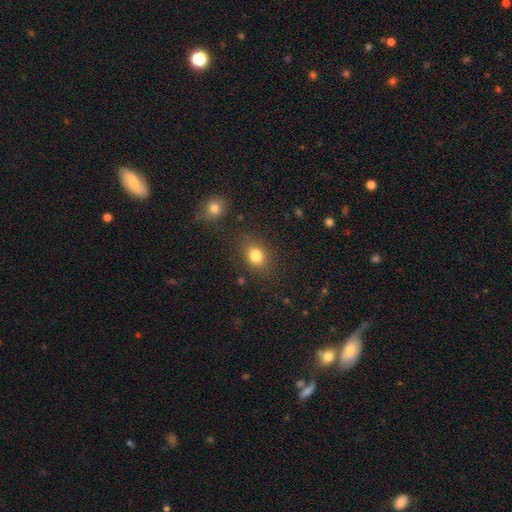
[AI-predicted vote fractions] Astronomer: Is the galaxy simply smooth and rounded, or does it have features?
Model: smooth — 82%.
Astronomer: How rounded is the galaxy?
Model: round — 59% (runner-up: in between, 40%).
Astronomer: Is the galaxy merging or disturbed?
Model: none — 81%.